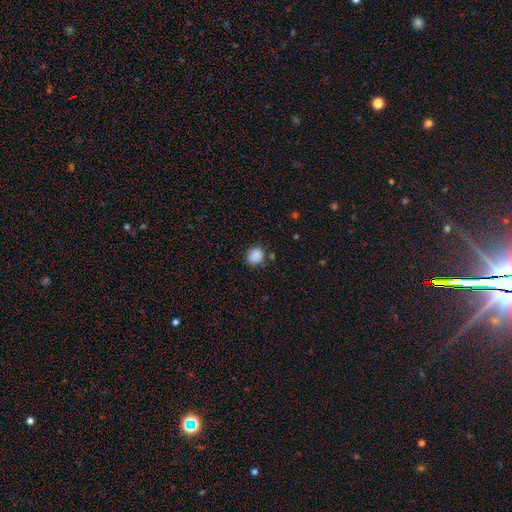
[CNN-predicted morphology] Overall: smooth (87%). How rounded: round (78%). Merging: none (80%).